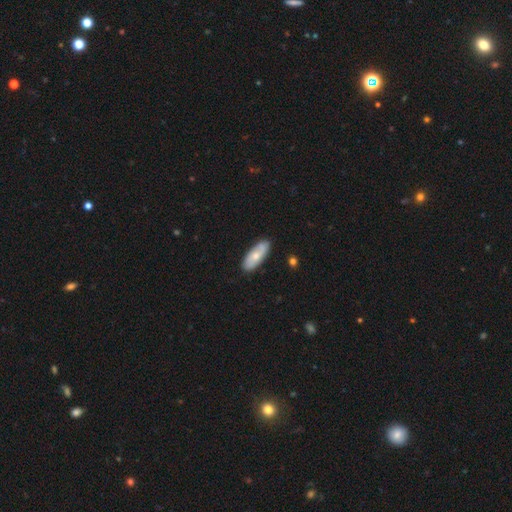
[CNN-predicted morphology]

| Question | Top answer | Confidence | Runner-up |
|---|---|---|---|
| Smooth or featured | smooth | 60% | featured or disk (35%) |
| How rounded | in between | 75% | cigar-shaped (23%) |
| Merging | none | 83% | minor disturbance (13%) |